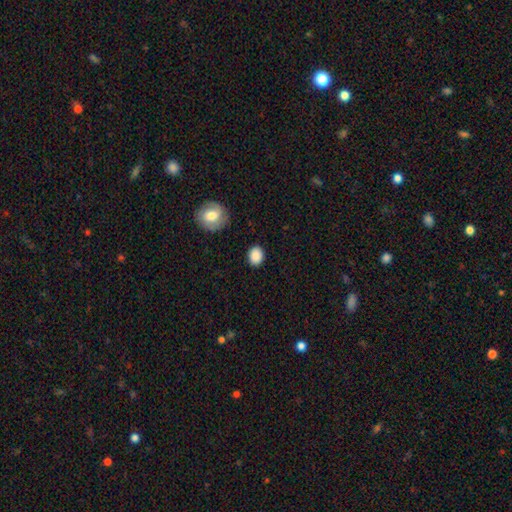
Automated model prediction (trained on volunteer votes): The model was most divided on "how rounded": round: 51%, in between: 48%, cigar-shaped: 1%. More confident: smooth or featured — smooth (88%); merging — none (87%).